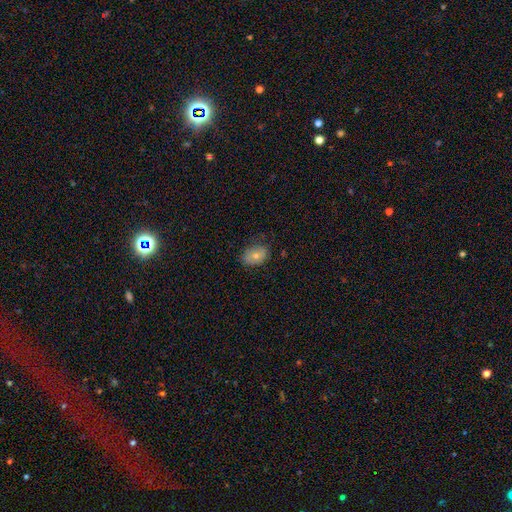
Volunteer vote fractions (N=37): smooth-or-featured: smooth: 78% | featured or disk: 14% | star or artifact: 8%
  how-rounded: in between: 52% | round: 48% | cigar-shaped: 0%
  merging: none: 79% | minor disturbance: 12% | major disturbance: 6% | merger: 3%